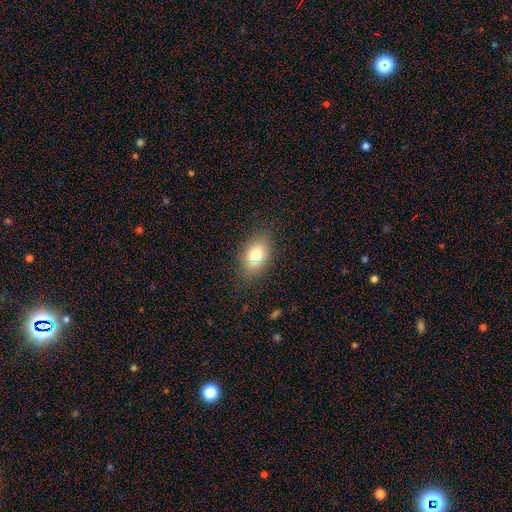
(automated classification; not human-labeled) Smooth or featured?
  - smooth: 74% *
  - featured or disk: 14%
  - star or artifact: 12%
How rounded?
  - in between: 78% *
  - round: 19%
  - cigar-shaped: 3%
Merging?
  - none: 81% *
  - minor disturbance: 13%
  - major disturbance: 4%
  - merger: 1%